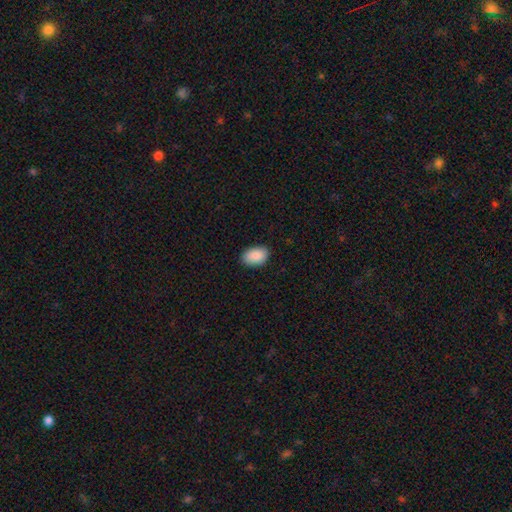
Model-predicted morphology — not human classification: Smooth or featured: smooth — 89% (star or artifact — 6%)
How rounded: in between — 89% (round — 9%)
Merging: none — 87% (minor disturbance — 10%)